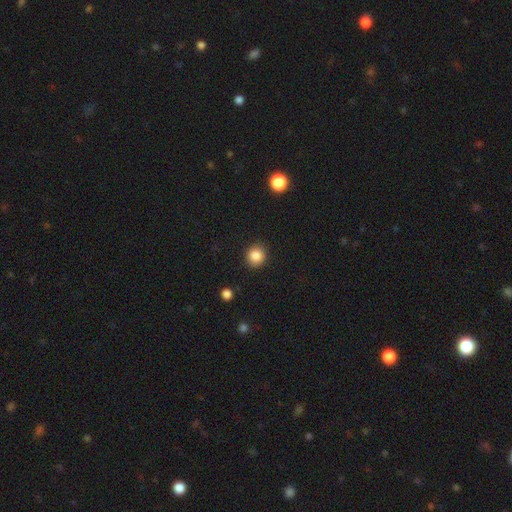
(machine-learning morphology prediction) This is clearly a smooth galaxy (86%). How rounded: clearly round (88%). Merging: clearly none (90%).